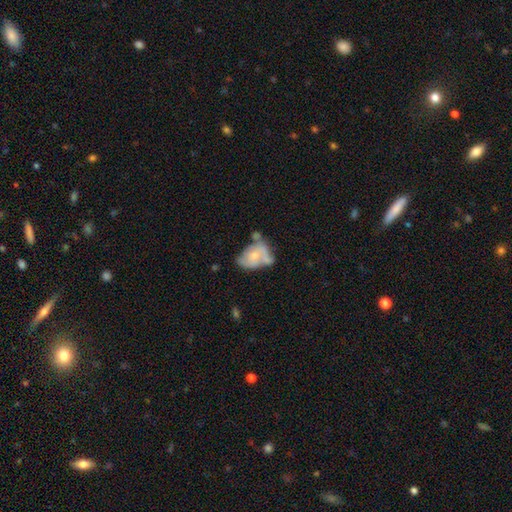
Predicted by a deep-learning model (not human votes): Smooth or featured? Predicted: smooth (p=0.48). Merging? Predicted: merger (p=0.34).